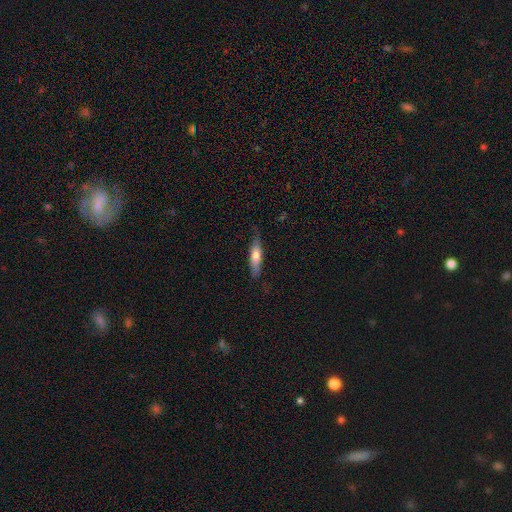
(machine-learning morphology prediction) A smooth galaxy with no disk features (64%) that is cigar-shaped (72%).

Vote fractions:
- Smooth or featured? smooth: 64% / featured or disk: 31% / star or artifact: 6%
- How rounded? cigar-shaped: 72% / in between: 26% / round: 2%
- Merging? none: 75% / minor disturbance: 20% / major disturbance: 4% / merger: 1%